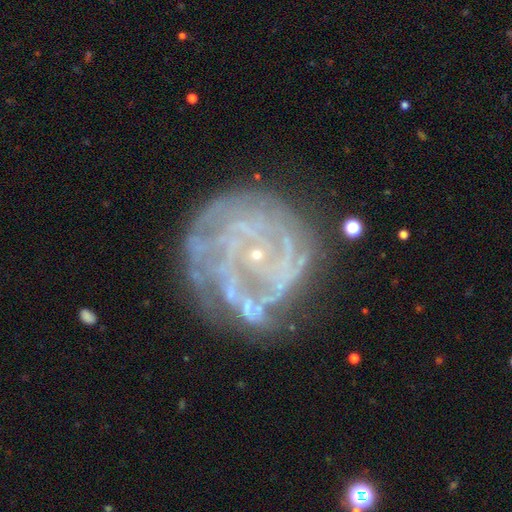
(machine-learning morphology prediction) Smooth or featured? Predicted: featured or disk (p=0.79). Edge-on disk? Predicted: no (p=0.98). Bar? Predicted: no (p=0.74). Spiral arms? Predicted: yes (p=0.77). Spiral winding? Predicted: tight (p=0.65). Spiral arm count? Predicted: can't tell (p=0.42). Bulge size? Predicted: small (p=0.81). Merging? Predicted: none (p=0.57).